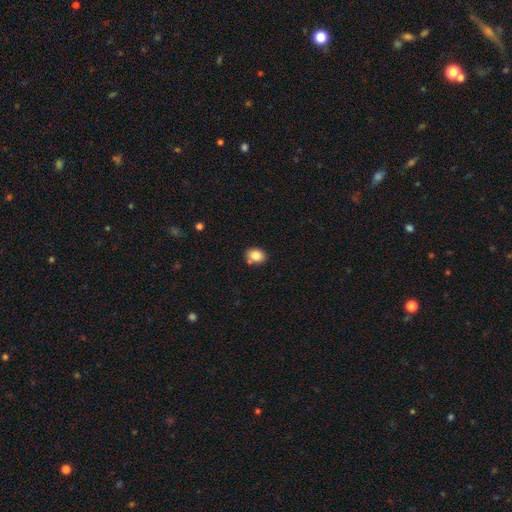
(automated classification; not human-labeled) Smooth or featured? smooth (84%)
How rounded? in between (57%)
Merging? none (75%)